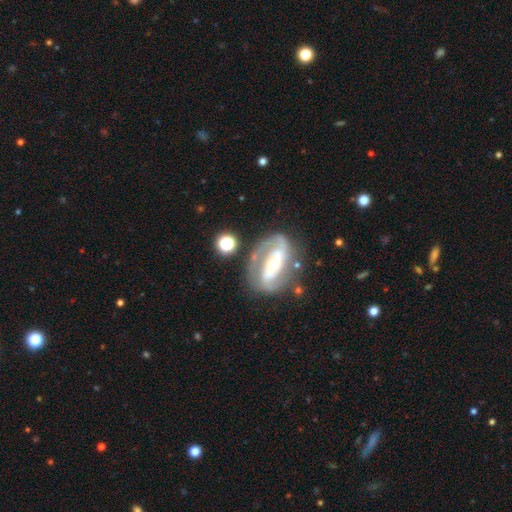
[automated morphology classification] Smooth or featured? Predicted: featured or disk (p=0.86). Edge-on disk? Predicted: no (p=0.95). Bar? Predicted: strong (p=0.57). Spiral arms? Predicted: yes (p=0.90). Spiral winding? Predicted: tight (p=0.41, tied with medium). Spiral arm count? Predicted: 2 (p=0.79). Bulge size? Predicted: moderate (p=0.48). Merging? Predicted: none (p=0.70).